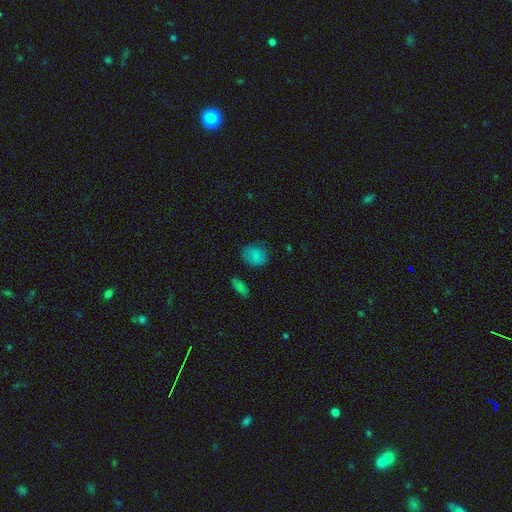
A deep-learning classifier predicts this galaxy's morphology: Overall: smooth (81%). How rounded: round (65%; in between 34%). Merging: none (73%).